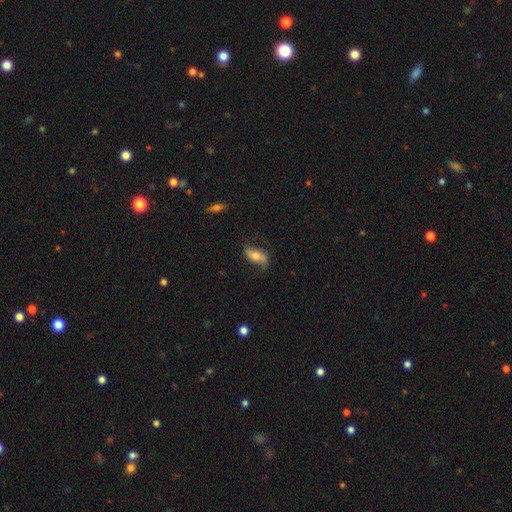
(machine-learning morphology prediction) The model was most divided on "smooth or featured": smooth: 48%, featured or disk: 45%, star or artifact: 8%. More confident: merging — none (69%).